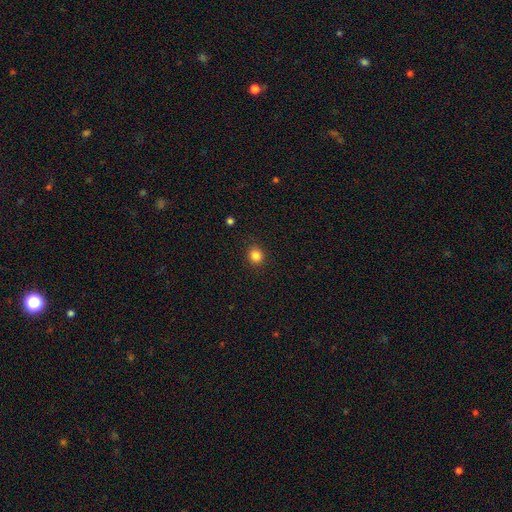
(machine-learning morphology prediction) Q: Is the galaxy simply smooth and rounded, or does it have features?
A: smooth — 84%.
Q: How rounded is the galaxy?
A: round — 83%.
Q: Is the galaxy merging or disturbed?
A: none — 90%.